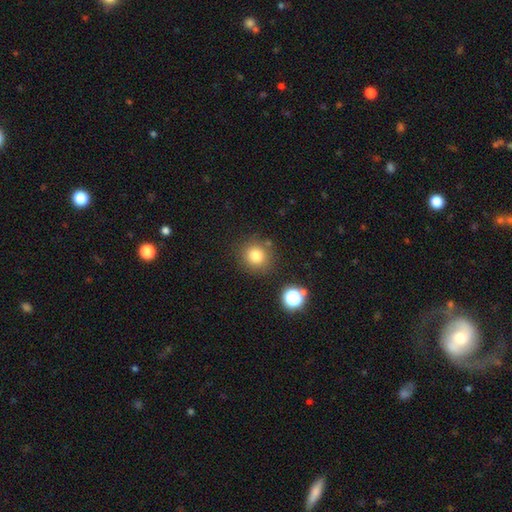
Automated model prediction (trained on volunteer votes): Overall: smooth (80%). How rounded: round (90%). Merging: none (82%).